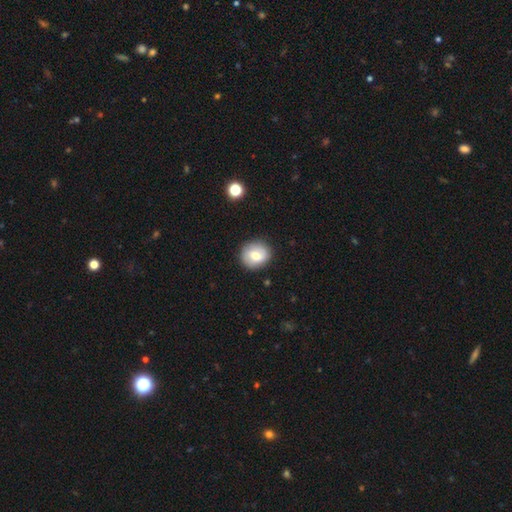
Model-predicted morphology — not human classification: type=smooth (68%); roundness=round (85%); merging=none (88%).